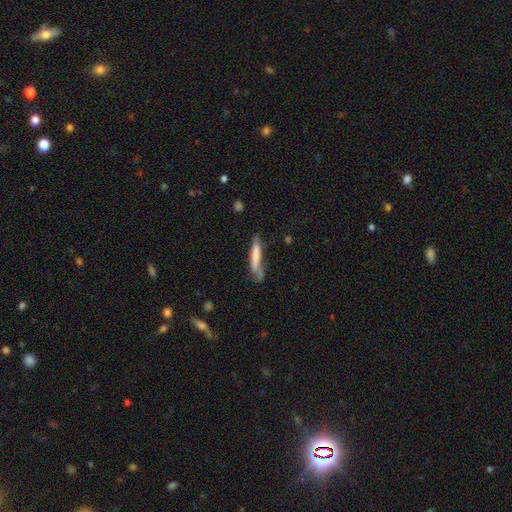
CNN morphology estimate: Smooth or featured? Predicted: smooth (p=0.66). How rounded? Predicted: cigar-shaped (p=0.91). Merging? Predicted: none (p=0.56).